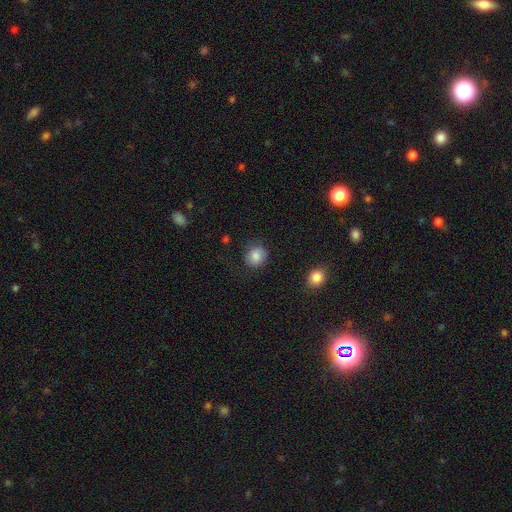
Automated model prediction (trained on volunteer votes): smooth-or-featured: smooth: 85% | star or artifact: 9% | featured or disk: 6%
  how-rounded: round: 83% | in between: 16% | cigar-shaped: 1%
  merging: none: 80% | minor disturbance: 14% | major disturbance: 5% | merger: 2%